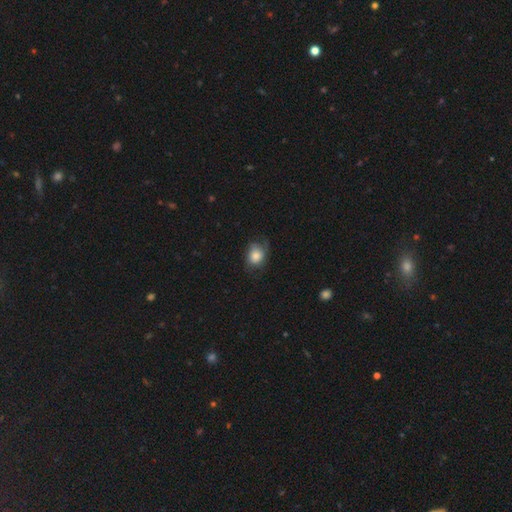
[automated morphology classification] Overall: smooth (72%). How rounded: round (53%; in between 46%). Merging: none (59%; minor disturbance 27%).